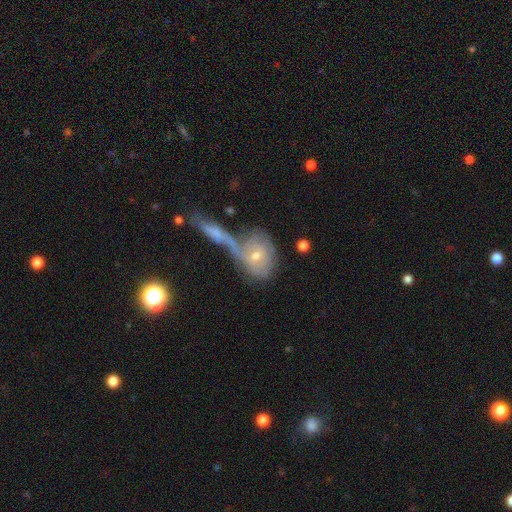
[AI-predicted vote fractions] Q: Smooth or featured?
A: featured or disk (55%); runner-up: smooth (36%)
Q: Edge-on disk?
A: no (82%); runner-up: yes (18%)
Q: Merging?
A: merger (43%); runner-up: none (35%)